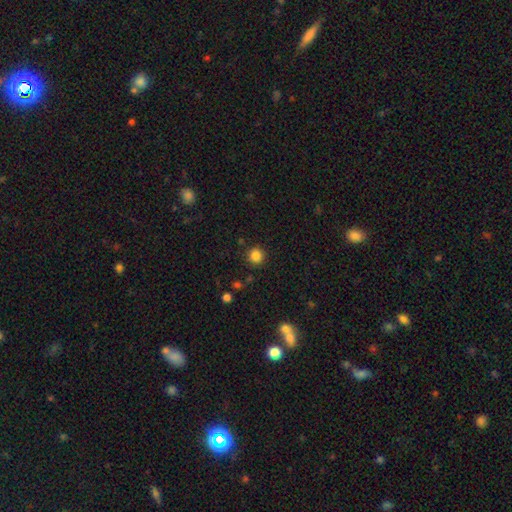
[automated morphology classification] Q: Smooth or featured?
A: smooth (84%); runner-up: star or artifact (12%)
Q: How rounded?
A: round (94%); runner-up: in between (5%)
Q: Merging?
A: none (90%); runner-up: minor disturbance (6%)